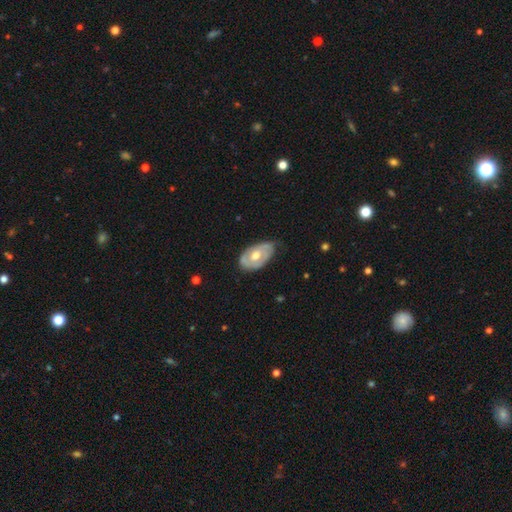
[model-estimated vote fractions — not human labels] Smooth or featured? Predicted: featured or disk (p=0.66). Edge-on disk? Predicted: no (p=0.93). Bar? Predicted: no (p=0.74). Spiral arms? Predicted: yes (p=0.64). Bulge size? Predicted: moderate (p=0.78). Merging? Predicted: none (p=0.61).